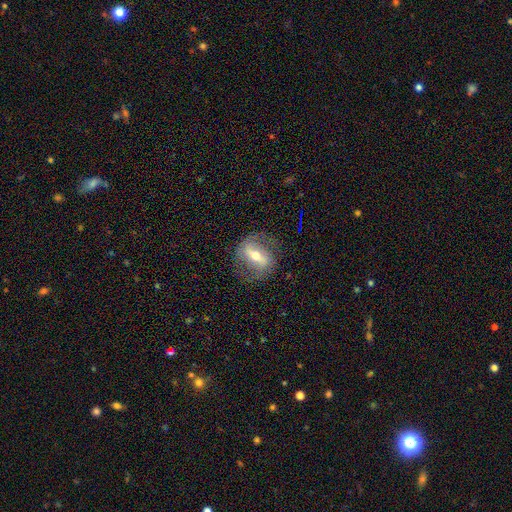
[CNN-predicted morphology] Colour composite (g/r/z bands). It shows a featured or disk galaxy (76%) with a strong bar (61%), 2 (82%) medium (44%) spiral arms (76%) and a moderate central bulge (65%). Merging: none (75%).